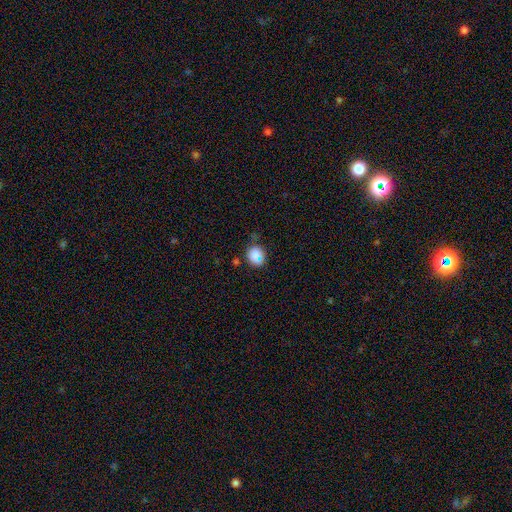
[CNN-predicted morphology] This is clearly a smooth galaxy (82%). How rounded: likely round (77%). Merging: likely none (70%).